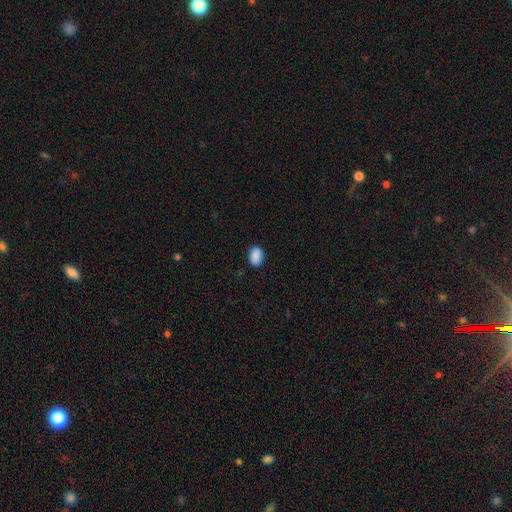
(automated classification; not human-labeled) smooth_or_featured: smooth (p=0.89) [alt: star or artifact p=0.08]
how_rounded: in between (p=0.80) [alt: round p=0.19]
merging: none (p=0.86) [alt: minor disturbance p=0.10]